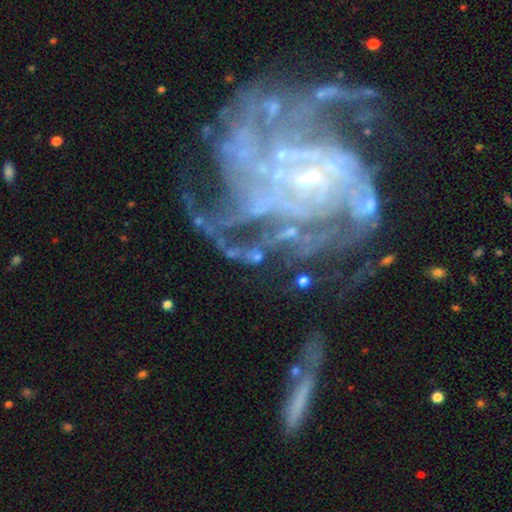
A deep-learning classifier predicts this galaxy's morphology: The model was most divided on "bar": no: 45%, weak: 29%, strong: 26%. More confident: edge-on disk — no (93%); spiral arms — yes (85%); smooth or featured — featured or disk (59%); merging — none (53%); bulge size — small (50%).